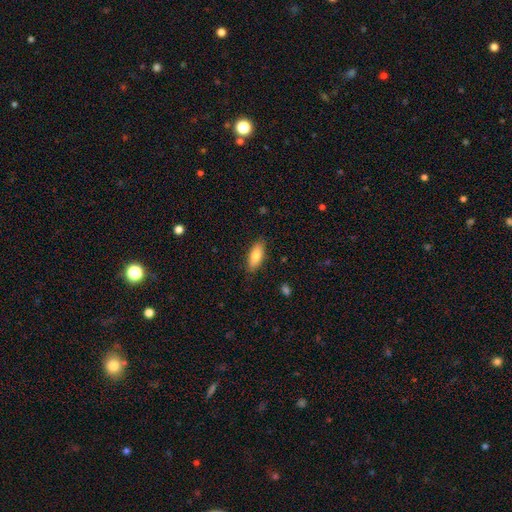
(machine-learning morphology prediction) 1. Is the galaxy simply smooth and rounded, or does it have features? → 77% smooth, 16% featured or disk, 7% star or artifact.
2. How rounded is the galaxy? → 77% in between, 21% cigar-shaped, 2% round.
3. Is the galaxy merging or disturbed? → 85% none, 11% minor disturbance, 2% major disturbance, 1% merger.